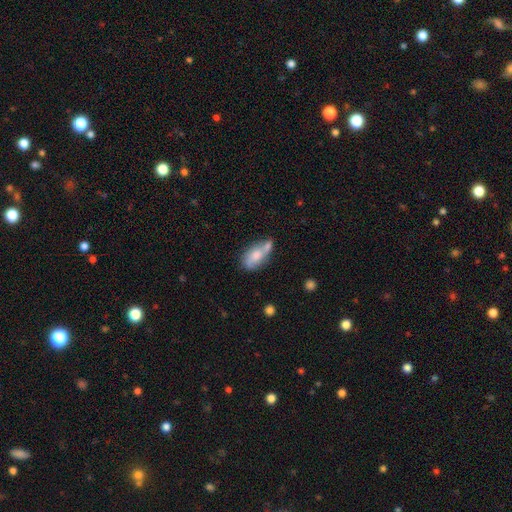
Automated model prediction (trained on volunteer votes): A smooth galaxy with no disk features (63%) that is in between round and cigar-shaped (87%).

Vote fractions:
- Smooth or featured? smooth: 63% / featured or disk: 29% / star or artifact: 8%
- How rounded? in between: 87% / cigar-shaped: 7% / round: 6%
- Merging? merger: 39% / none: 33% / minor disturbance: 20% / major disturbance: 8%